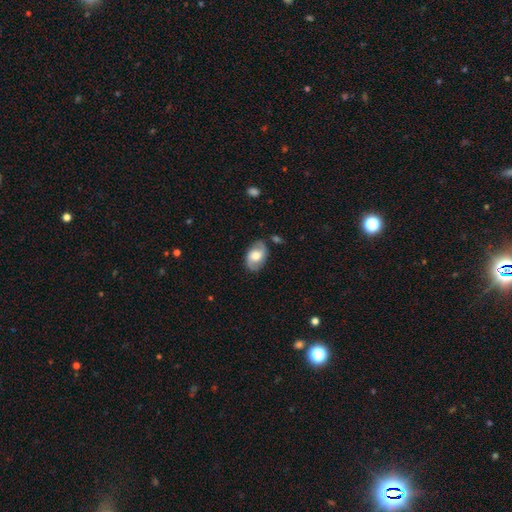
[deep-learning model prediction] smooth-or-featured: featured or disk: 57% | smooth: 36% | star or artifact: 7%
  disk-edge-on: no: 96% | yes: 4%
    bar: no: 57% | weak: 34% | strong: 9%
    has-spiral-arms: yes: 82% | no: 18%
    bulge-size: moderate: 58% | large: 29% | small: 9% | dominant: 2% | none: 2%
  merging: none: 77% | minor disturbance: 16% | major disturbance: 4% | merger: 2%